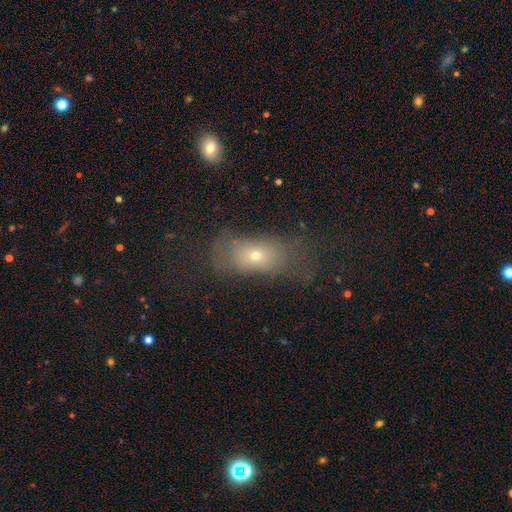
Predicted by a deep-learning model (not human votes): smooth-or-featured: smooth: 61% | featured or disk: 23% | star or artifact: 16%
  how-rounded: in between: 74% | round: 21% | cigar-shaped: 5%
  merging: none: 41% | major disturbance: 32% | minor disturbance: 23% | merger: 4%